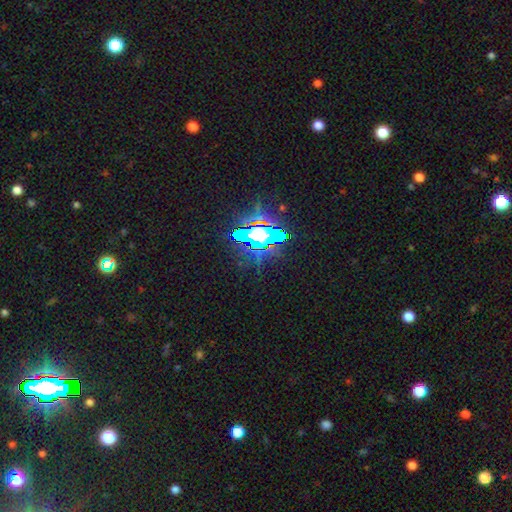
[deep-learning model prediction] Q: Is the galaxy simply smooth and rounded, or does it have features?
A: star or artifact — 84%.